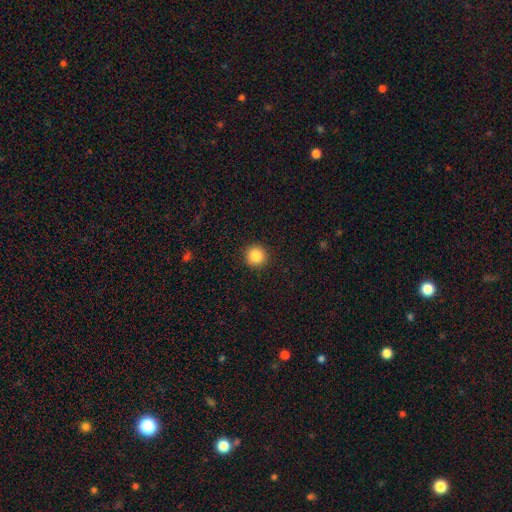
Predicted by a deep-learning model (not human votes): Smooth or featured? Predicted: smooth (p=0.86). How rounded? Predicted: round (p=0.95). Merging? Predicted: none (p=0.92).